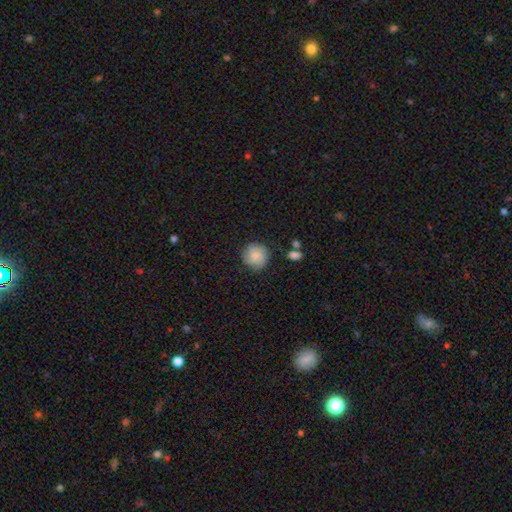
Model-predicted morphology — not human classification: smooth-or-featured: smooth: 82% | featured or disk: 11% | star or artifact: 7%
  how-rounded: round: 94% | in between: 5% | cigar-shaped: 1%
  merging: none: 83% | minor disturbance: 12% | major disturbance: 3% | merger: 2%